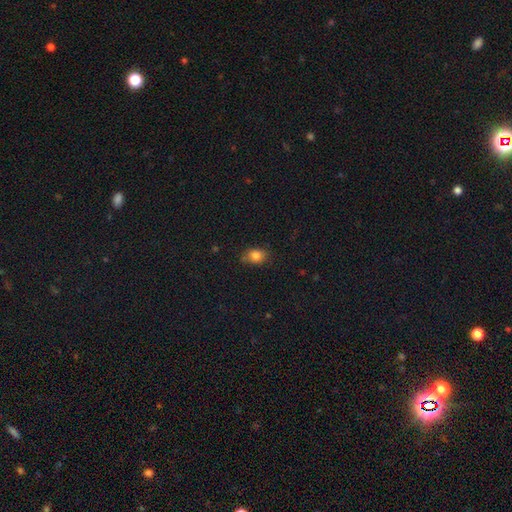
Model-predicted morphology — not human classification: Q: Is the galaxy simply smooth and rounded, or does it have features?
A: smooth — 82%.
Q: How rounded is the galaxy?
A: in between — 59%.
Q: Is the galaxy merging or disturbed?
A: none — 71%.